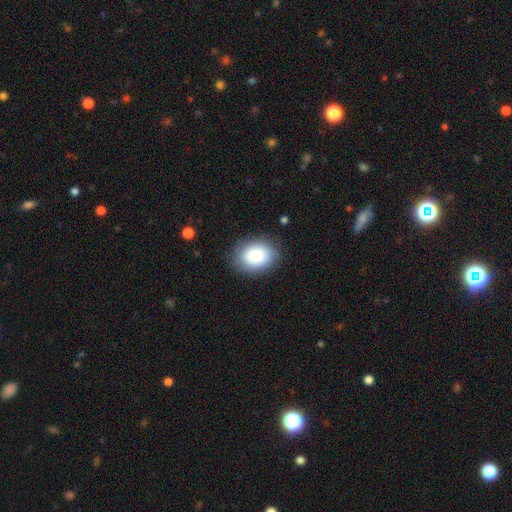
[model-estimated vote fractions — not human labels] Overall: smooth (85%). How rounded: in between (66%; round 33%). Merging: none (83%).